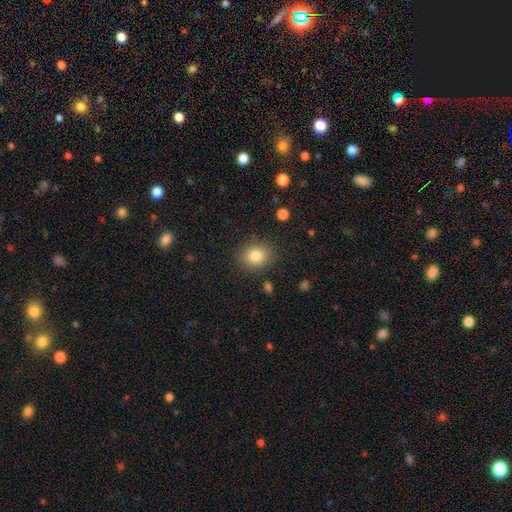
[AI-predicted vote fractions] Smooth or featured? smooth (82%)
How rounded? round (64%)
Merging? none (86%)